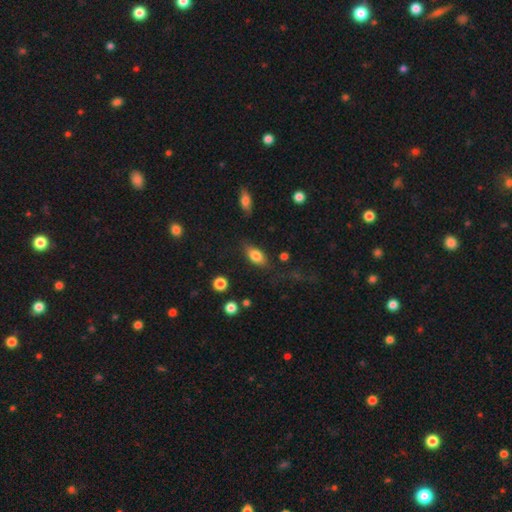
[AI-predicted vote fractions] Smooth or featured?
  - smooth: 79% *
  - featured or disk: 14%
  - star or artifact: 7%
How rounded?
  - in between: 86% *
  - cigar-shaped: 8%
  - round: 5%
Merging?
  - none: 75% *
  - minor disturbance: 16%
  - major disturbance: 6%
  - merger: 3%